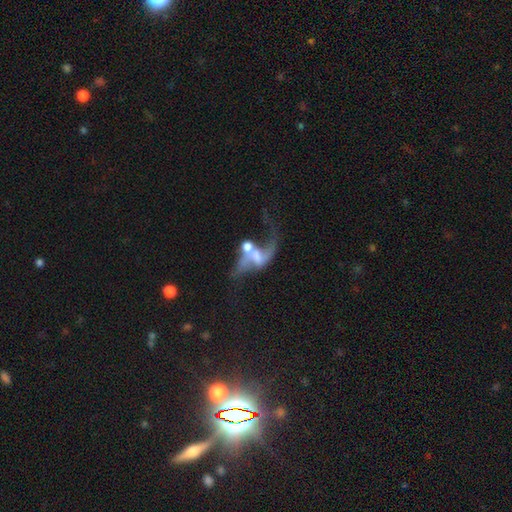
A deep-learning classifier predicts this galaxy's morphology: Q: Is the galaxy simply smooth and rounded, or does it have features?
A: featured or disk — 73%.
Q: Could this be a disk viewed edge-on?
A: no — 95%.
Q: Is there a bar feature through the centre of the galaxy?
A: no — 48%.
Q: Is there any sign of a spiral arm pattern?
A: yes — 80%.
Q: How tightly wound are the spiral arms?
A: loose — 87%.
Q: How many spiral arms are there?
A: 2 — 71%.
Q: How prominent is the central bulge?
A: moderate — 35%.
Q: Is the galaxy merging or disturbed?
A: merger — 46%.